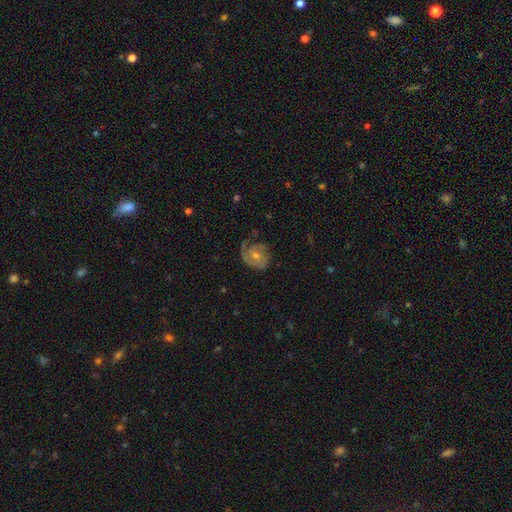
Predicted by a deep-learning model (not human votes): Smooth or featured? featured or disk (79%)
Edge-on disk? no (97%)
Bar? no (64%)
Spiral arms? yes (95%)
Spiral winding? tight (57%)
Spiral arm count? 2 (47%)
Bulge size? moderate (48%)
Merging? none (70%)